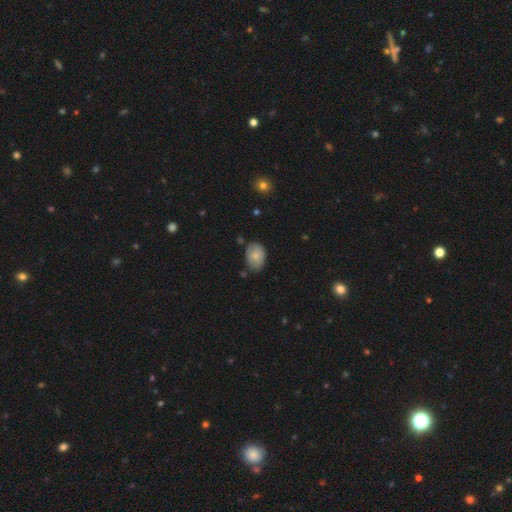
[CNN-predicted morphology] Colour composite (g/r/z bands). It shows a smooth galaxy with no disk features (73%) that is in between round and cigar-shaped (81%). Merging: none (72%).